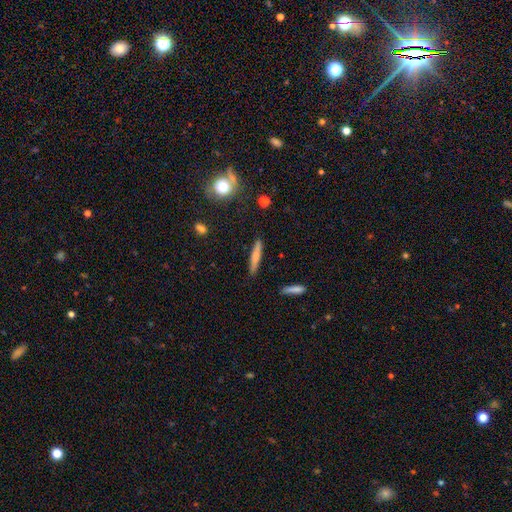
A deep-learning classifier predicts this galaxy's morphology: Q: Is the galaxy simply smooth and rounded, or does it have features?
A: smooth — 66%.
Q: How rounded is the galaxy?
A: cigar-shaped — 92%.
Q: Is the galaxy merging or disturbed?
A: none — 88%.